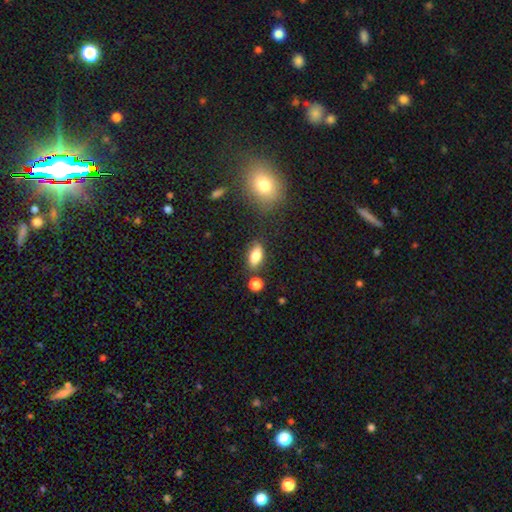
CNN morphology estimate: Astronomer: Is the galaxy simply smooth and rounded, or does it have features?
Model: smooth — 79%.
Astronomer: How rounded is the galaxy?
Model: in between — 82%.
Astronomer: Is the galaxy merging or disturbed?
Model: none — 75%.